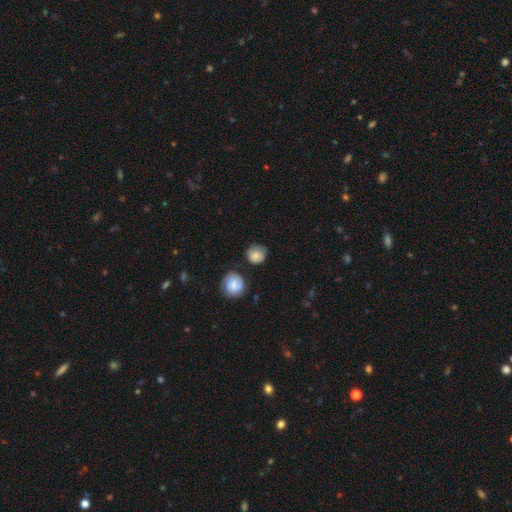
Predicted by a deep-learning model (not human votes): The model was most divided on "merging": none: 66%, minor disturbance: 22%, major disturbance: 6%, merger: 6%. More confident: how rounded — round (87%); smooth or featured — smooth (76%).